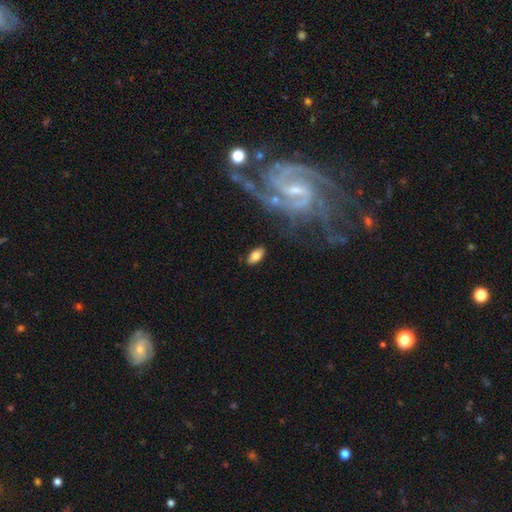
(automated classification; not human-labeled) The model was most divided on "smooth or featured": smooth: 78%, featured or disk: 15%, star or artifact: 7%. More confident: how rounded — in between (92%); merging — none (83%).